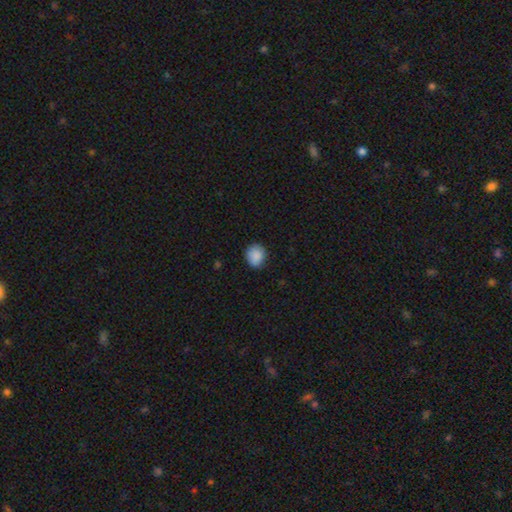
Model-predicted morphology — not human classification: smooth-or-featured: smooth: 88% | star or artifact: 8% | featured or disk: 4%
  how-rounded: round: 72% | in between: 27% | cigar-shaped: 1%
  merging: none: 78% | minor disturbance: 18% | major disturbance: 3% | merger: 1%